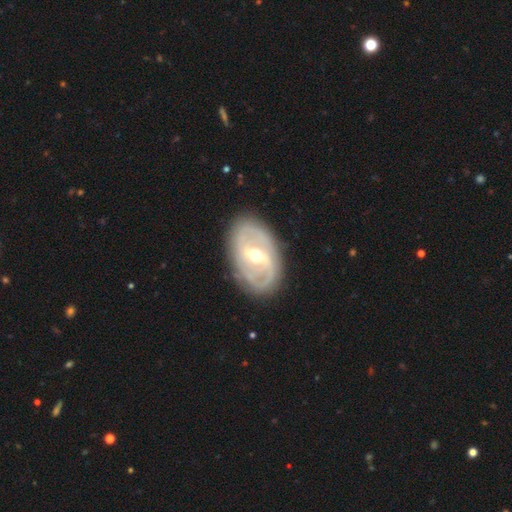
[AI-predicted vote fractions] Morphology: type=featured or disk (83%); edge-on=no (95%); bar=weak (47%); spiral arms=yes (84%); winding=tight (52%); arm count=2 (58%); bulge=moderate (73%); merging=none (83%).